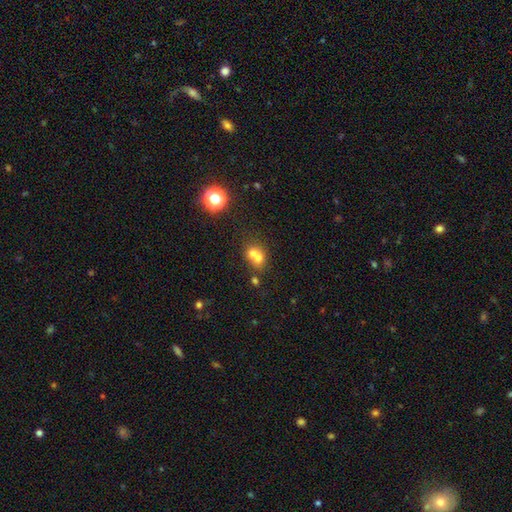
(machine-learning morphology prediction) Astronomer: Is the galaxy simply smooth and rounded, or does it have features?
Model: smooth — 66%.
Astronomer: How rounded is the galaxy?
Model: round — 69%.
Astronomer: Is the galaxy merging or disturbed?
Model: merger — 66%.